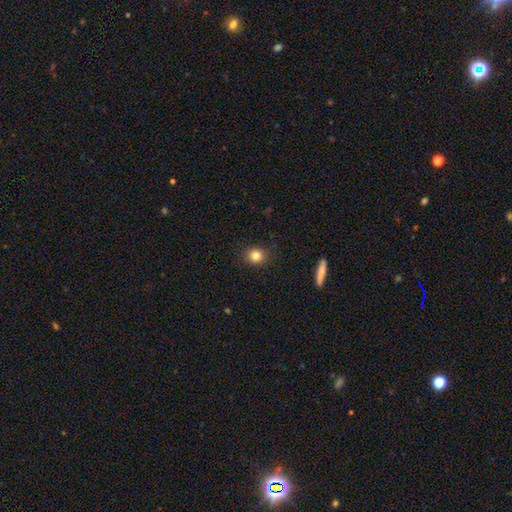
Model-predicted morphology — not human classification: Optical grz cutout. It shows a smooth galaxy with no disk features (82%) that is round (81%). Merging: none (90%).